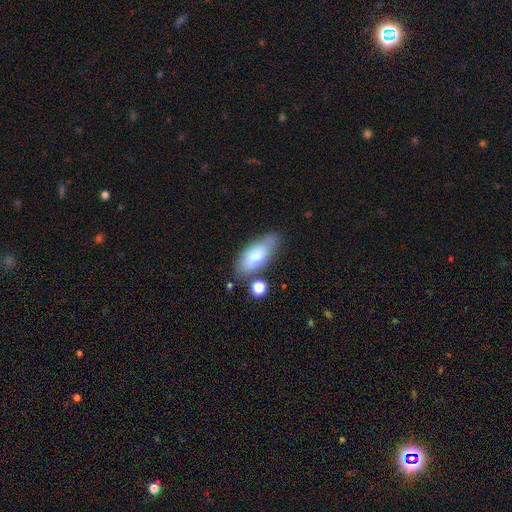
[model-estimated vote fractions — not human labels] Smooth or featured?
  - smooth: 75% *
  - featured or disk: 19%
  - star or artifact: 7%
How rounded?
  - in between: 82% *
  - cigar-shaped: 15%
  - round: 3%
Merging?
  - none: 71% *
  - minor disturbance: 16%
  - merger: 8%
  - major disturbance: 4%